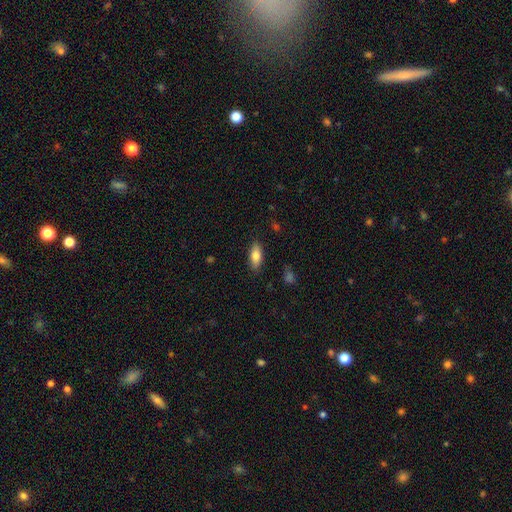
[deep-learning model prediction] Morphology: type=smooth (79%); roundness=in between (83%); merging=none (86%).